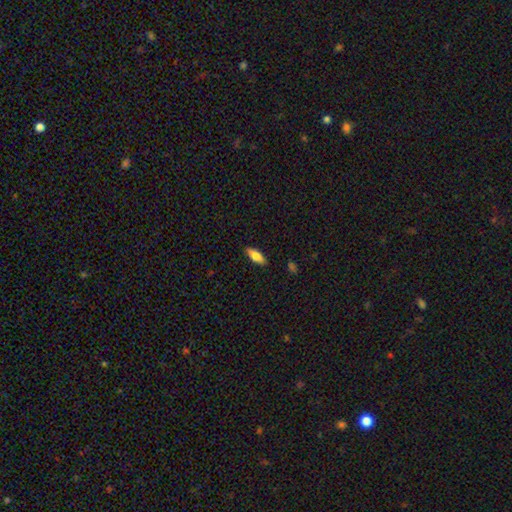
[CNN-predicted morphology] smooth-or-featured: smooth: 78% | featured or disk: 15% | star or artifact: 6%
  how-rounded: in between: 70% | cigar-shaped: 28% | round: 2%
  merging: none: 87% | minor disturbance: 10% | major disturbance: 2% | merger: 1%